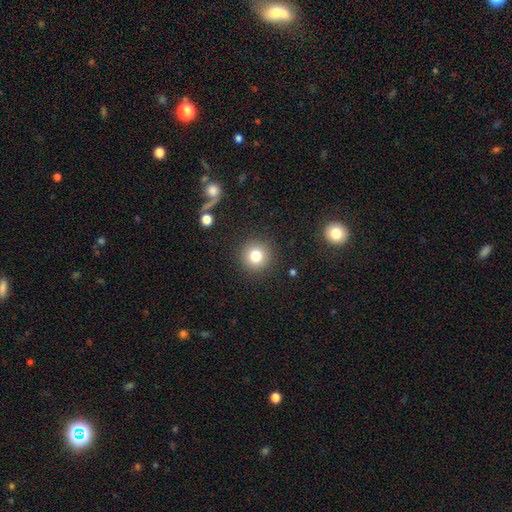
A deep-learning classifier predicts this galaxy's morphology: A smooth galaxy with no disk features (79%) that is round (95%).

Vote fractions:
- Smooth or featured? smooth: 79% / star or artifact: 12% / featured or disk: 9%
- How rounded? round: 95% / in between: 4% / cigar-shaped: 1%
- Merging? none: 90% / minor disturbance: 6% / major disturbance: 3% / merger: 1%